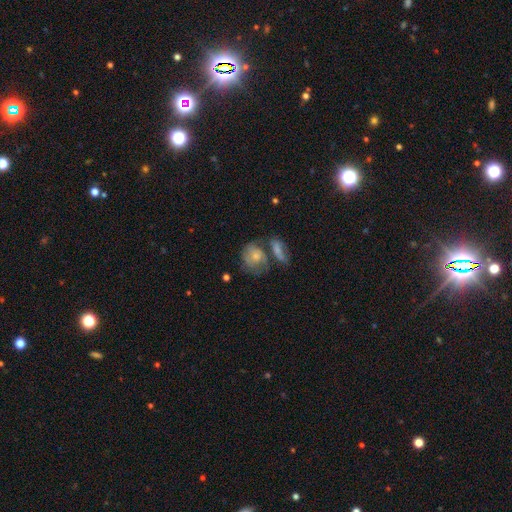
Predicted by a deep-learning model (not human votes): A featured or disk galaxy (45%). Merging: none (47%).